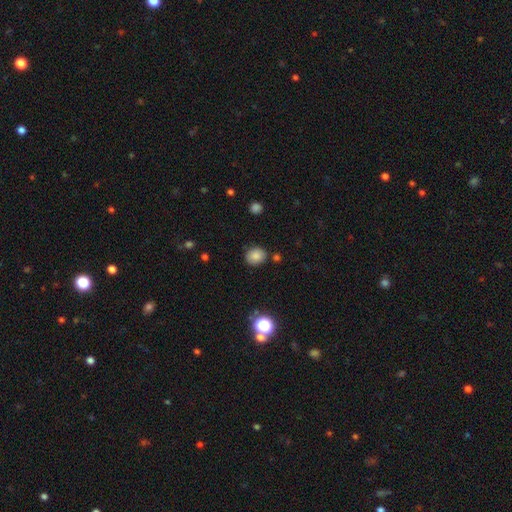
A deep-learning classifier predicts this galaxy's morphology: smooth 83%, star or artifact 11%, featured or disk 6%. Down the decision tree: how rounded — round (63%); merging — none (81%).